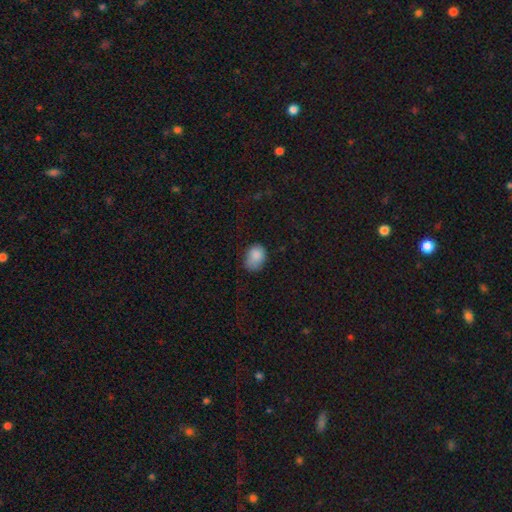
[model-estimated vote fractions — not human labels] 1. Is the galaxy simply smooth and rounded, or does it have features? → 84% smooth, 9% star or artifact, 7% featured or disk.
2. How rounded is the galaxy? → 70% in between, 29% round, 1% cigar-shaped.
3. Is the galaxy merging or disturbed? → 51% none, 36% minor disturbance, 11% major disturbance, 3% merger.